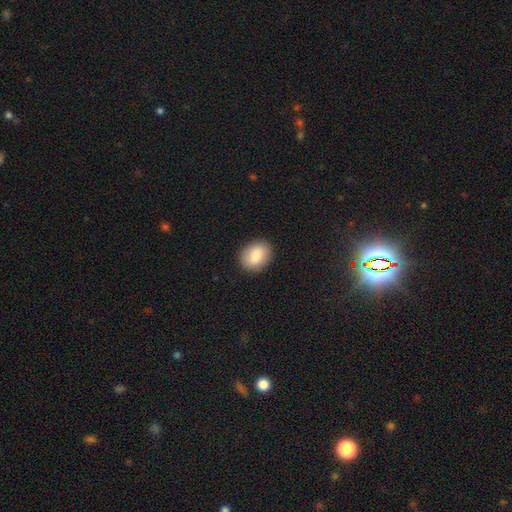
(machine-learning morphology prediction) smooth_or_featured: smooth (p=0.86) [alt: featured or disk p=0.07]
how_rounded: in between (p=0.60) [alt: round p=0.39]
merging: none (p=0.88) [alt: minor disturbance p=0.09]